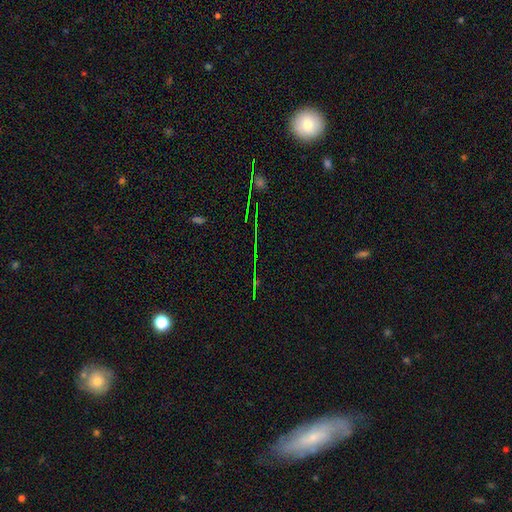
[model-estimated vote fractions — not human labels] Smooth or featured: star or artifact — 67% (smooth — 18%)